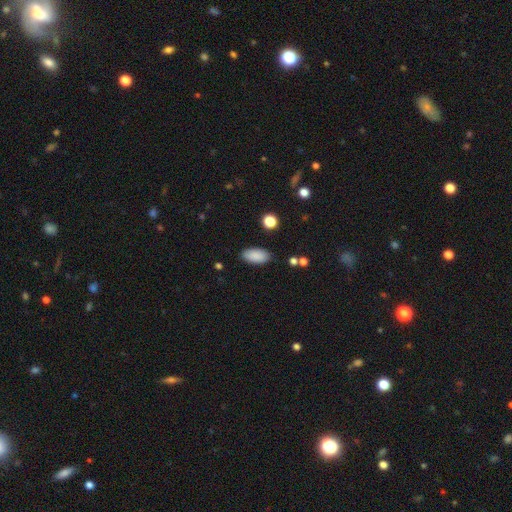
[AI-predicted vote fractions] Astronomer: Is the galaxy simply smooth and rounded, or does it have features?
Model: smooth — 88%.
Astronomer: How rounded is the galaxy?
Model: in between — 93%.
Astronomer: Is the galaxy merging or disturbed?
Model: none — 87%.